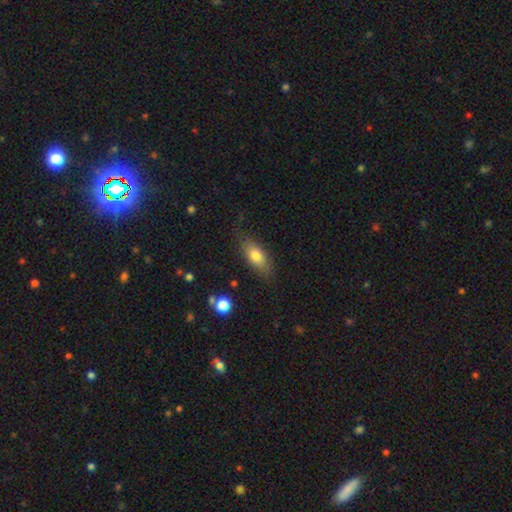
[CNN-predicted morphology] smooth-or-featured: smooth: 75% | featured or disk: 18% | star or artifact: 7%
  how-rounded: in between: 76% | cigar-shaped: 19% | round: 4%
  merging: none: 76% | minor disturbance: 17% | major disturbance: 5% | merger: 2%